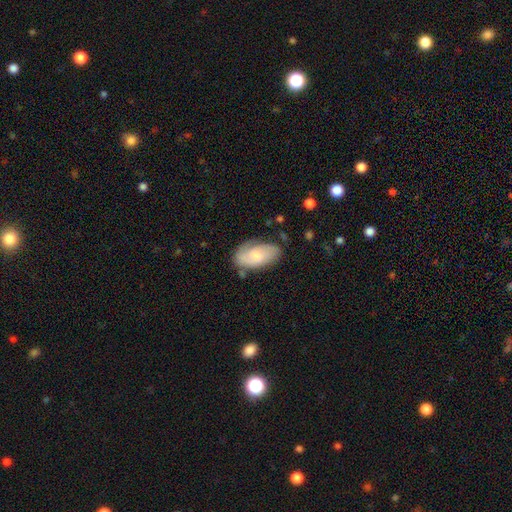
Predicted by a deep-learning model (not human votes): A smooth galaxy with no disk features (49%). Merging: none (68%).